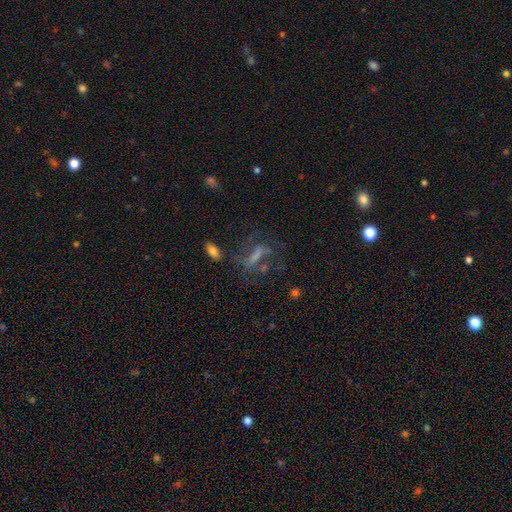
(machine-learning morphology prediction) Overall: featured or disk (44%; smooth 33%). Merging: none (45%; major disturbance 30%).